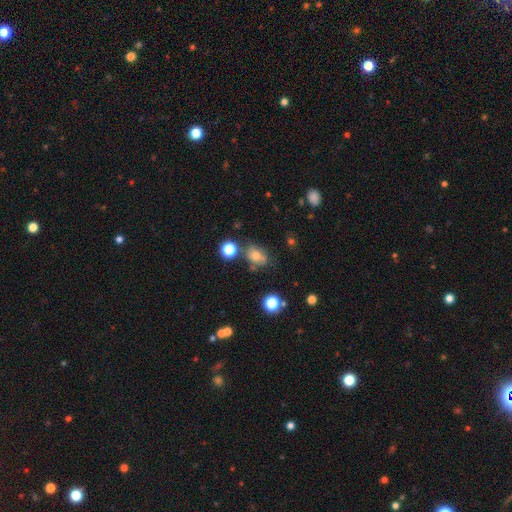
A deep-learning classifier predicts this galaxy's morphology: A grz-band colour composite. It shows a smooth galaxy with no disk features (70%) that is in between round and cigar-shaped (56%). Merging: none (59%).